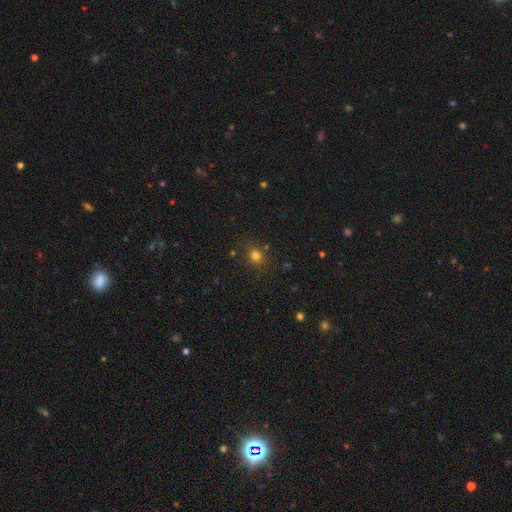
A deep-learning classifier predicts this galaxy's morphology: smooth-or-featured: smooth: 76% | star or artifact: 18% | featured or disk: 7%
  how-rounded: round: 75% | in between: 24% | cigar-shaped: 1%
  merging: none: 83% | minor disturbance: 11% | major disturbance: 3% | merger: 3%